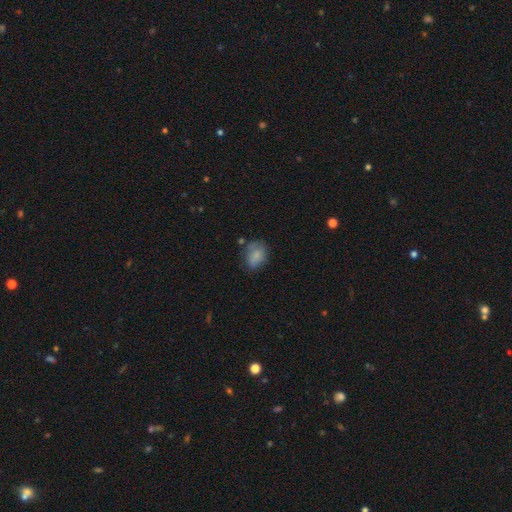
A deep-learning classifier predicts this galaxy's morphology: Overall: smooth (78%). How rounded: in between (60%; round 39%). Merging: none (56%; minor disturbance 27%).